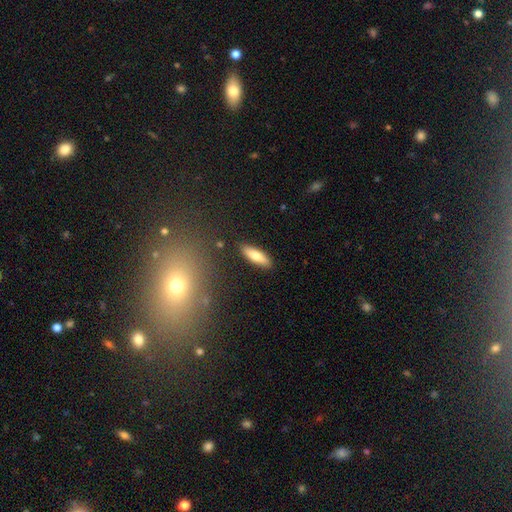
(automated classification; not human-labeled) Smooth or featured?
  - smooth: 75% *
  - featured or disk: 19%
  - star or artifact: 6%
How rounded?
  - cigar-shaped: 51% *
  - in between: 47%
  - round: 2%
Merging?
  - none: 87% *
  - minor disturbance: 9%
  - major disturbance: 2%
  - merger: 2%